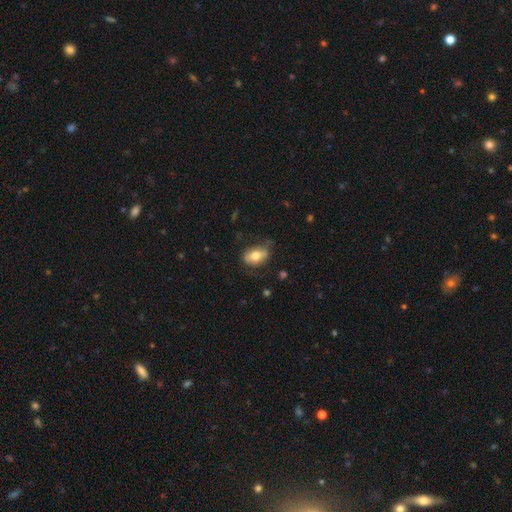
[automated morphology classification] Smooth or featured?
  - smooth: 68% *
  - featured or disk: 25%
  - star or artifact: 7%
How rounded?
  - in between: 87% *
  - round: 10%
  - cigar-shaped: 3%
Merging?
  - none: 66% *
  - minor disturbance: 23%
  - major disturbance: 8%
  - merger: 2%